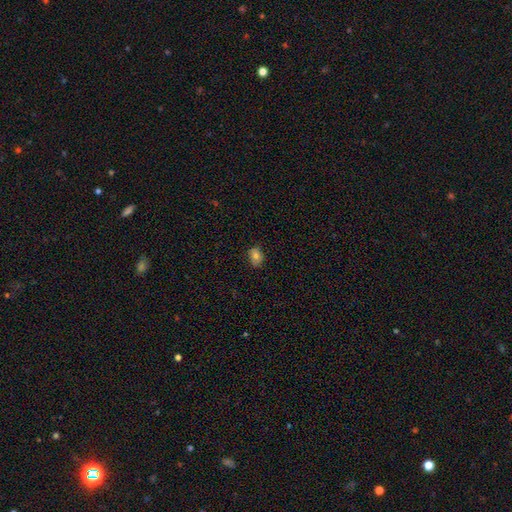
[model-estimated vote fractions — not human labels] A smooth galaxy with no disk features (78%) that is in between round and cigar-shaped (73%). Merging: none (80%).